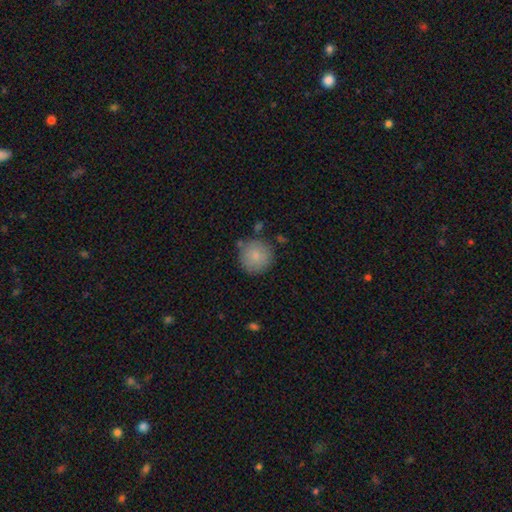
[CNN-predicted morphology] smooth-or-featured: smooth: 84% | featured or disk: 9% | star or artifact: 7%
  how-rounded: round: 94% | in between: 5% | cigar-shaped: 1%
  merging: none: 78% | minor disturbance: 13% | merger: 5% | major disturbance: 4%